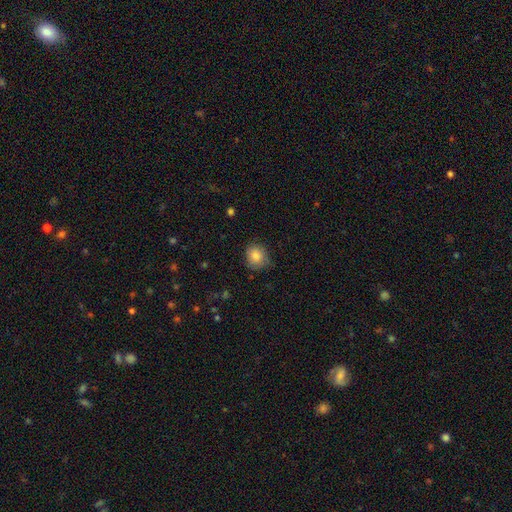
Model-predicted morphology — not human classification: Smooth or featured? smooth (83%)
How rounded? round (77%)
Merging? none (73%)